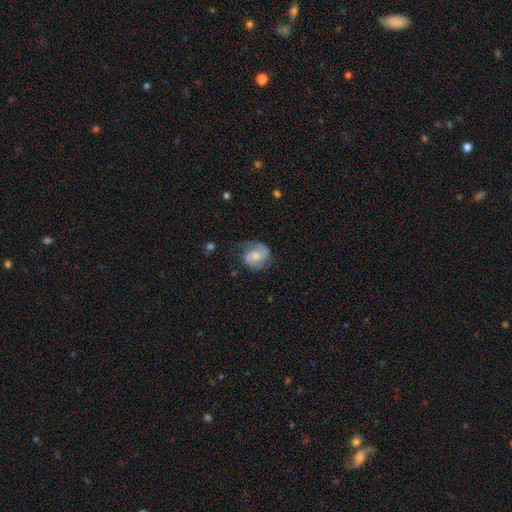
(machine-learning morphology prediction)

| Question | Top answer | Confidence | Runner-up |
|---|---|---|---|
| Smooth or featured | featured or disk | 64% | smooth (29%) |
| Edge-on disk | no | 98% | yes (2%) |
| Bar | no | 56% | weak (36%) |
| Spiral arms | yes | 92% | no (8%) |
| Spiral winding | medium | 46% | tight (28%) |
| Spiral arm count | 2 | 79% | 1 (11%) |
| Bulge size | moderate | 50% | small (34%) |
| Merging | none | 62% | minor disturbance (24%) |